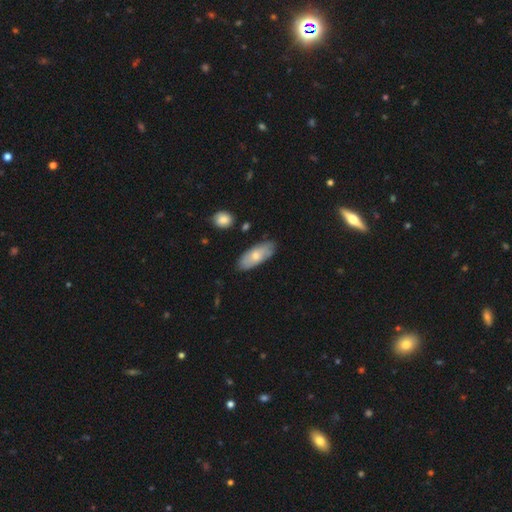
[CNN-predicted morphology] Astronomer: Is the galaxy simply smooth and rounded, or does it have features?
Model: smooth — 65%.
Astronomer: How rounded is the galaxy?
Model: in between — 85%.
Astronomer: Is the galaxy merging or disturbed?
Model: none — 77%.